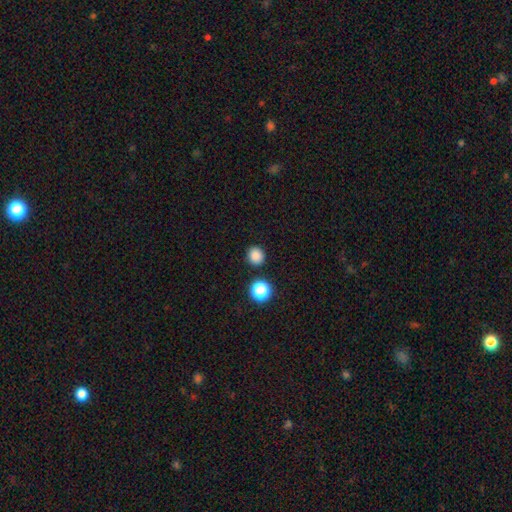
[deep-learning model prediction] Smooth or featured? smooth (84%)
How rounded? round (91%)
Merging? none (89%)